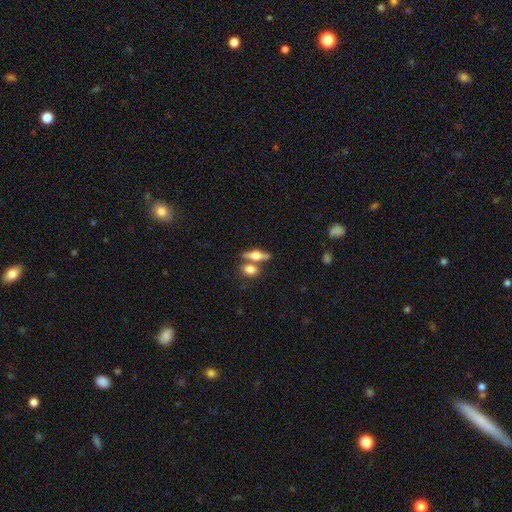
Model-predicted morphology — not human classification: Smooth or featured: smooth — 46% (tied with featured or disk — 46%)
Merging: none — 60% (merger — 27%)